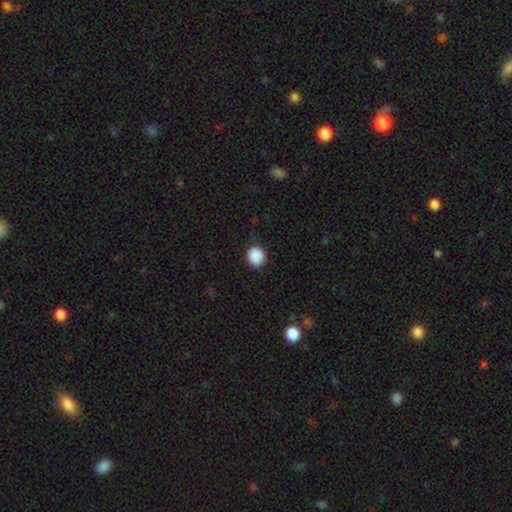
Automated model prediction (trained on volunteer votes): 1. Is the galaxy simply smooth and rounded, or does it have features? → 89% smooth, 8% star or artifact, 2% featured or disk.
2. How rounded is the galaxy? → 88% round, 11% in between, 1% cigar-shaped.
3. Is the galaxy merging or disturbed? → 87% none, 9% minor disturbance, 3% major disturbance, 1% merger.